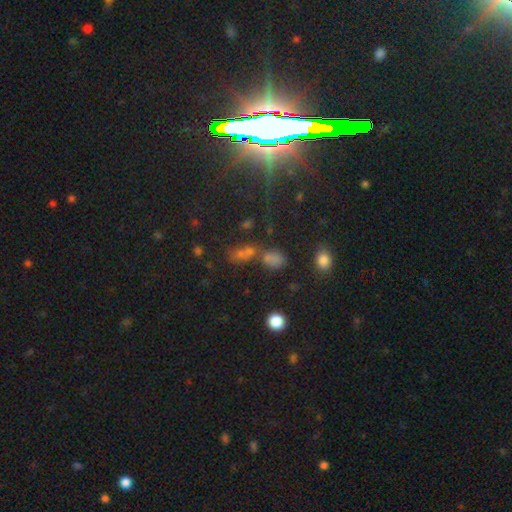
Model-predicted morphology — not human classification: Smooth or featured?
  - star or artifact: 78% *
  - smooth: 11%
  - featured or disk: 11%